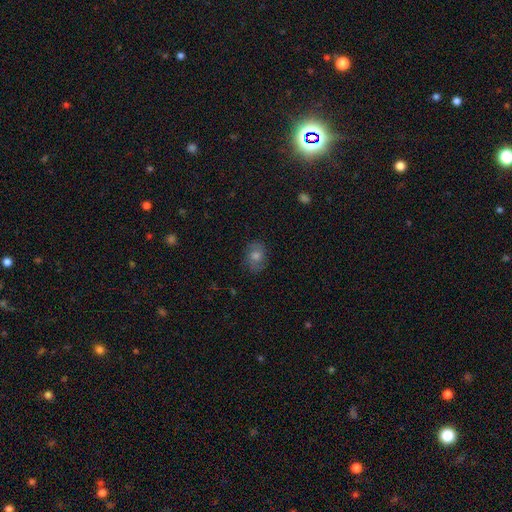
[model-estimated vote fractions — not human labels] smooth 51%, featured or disk 32%, star or artifact 17%. Down the decision tree: how rounded — in between (52%); merging — none (82%).